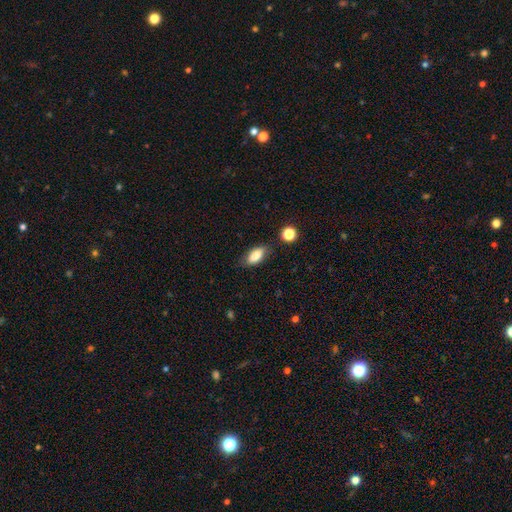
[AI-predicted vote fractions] This appears to be a smooth galaxy with no disk features (80%) that is in between round and cigar-shaped (84%). Merging: none (78%).